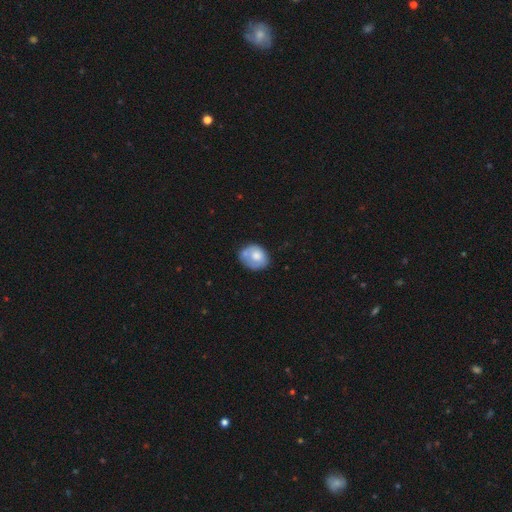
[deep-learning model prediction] Q: Smooth or featured?
A: smooth (68%); runner-up: featured or disk (24%)
Q: How rounded?
A: round (56%); runner-up: in between (43%)
Q: Merging?
A: none (49%); runner-up: minor disturbance (27%)